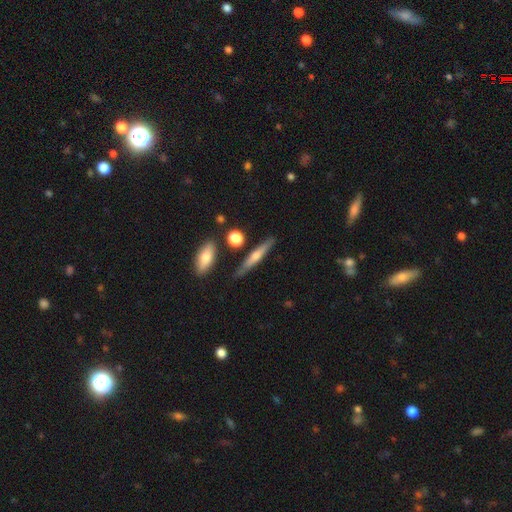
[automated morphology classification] Q: Smooth or featured?
A: featured or disk (53%); runner-up: smooth (39%)
Q: Edge-on disk?
A: yes (94%); runner-up: no (6%)
Q: Merging?
A: none (83%); runner-up: minor disturbance (11%)